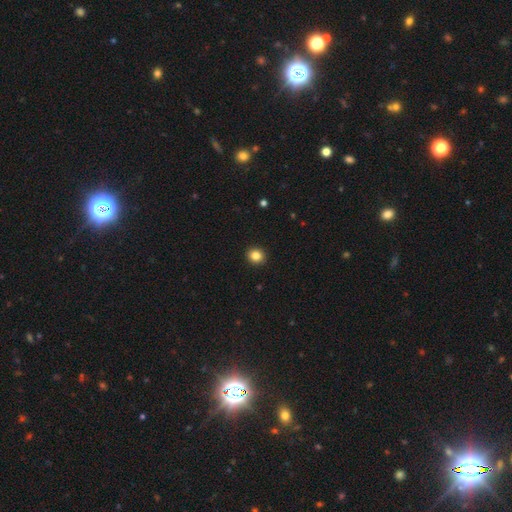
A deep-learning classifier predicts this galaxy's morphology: A smooth galaxy with no disk features (85%) that is round (81%). Merging: none (93%).